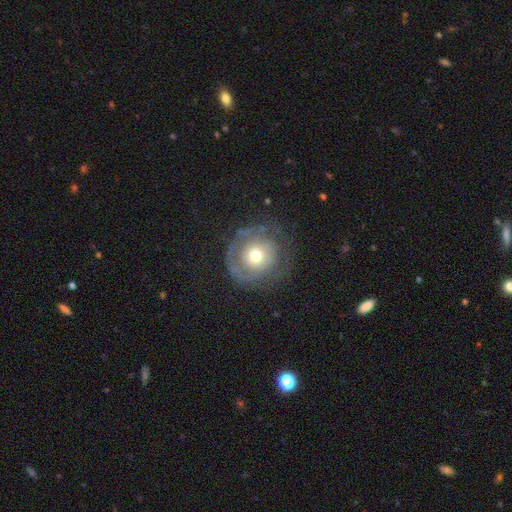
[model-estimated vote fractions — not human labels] A featured or disk galaxy (53%) with no bar (86%), spiral arms (56%) and a moderate central bulge (62%).

Vote fractions:
- Smooth or featured? featured or disk: 53% / smooth: 38% / star or artifact: 9%
- Edge-on disk? no: 96% / yes: 4%
- Bar? no: 86% / weak: 11% / strong: 3%
- Spiral arms? yes: 56% / no: 44%
- Bulge size? moderate: 62% / small: 24% / large: 11% / dominant: 2% / none: 1%
- Merging? none: 63% / minor disturbance: 19% / major disturbance: 16% / merger: 2%